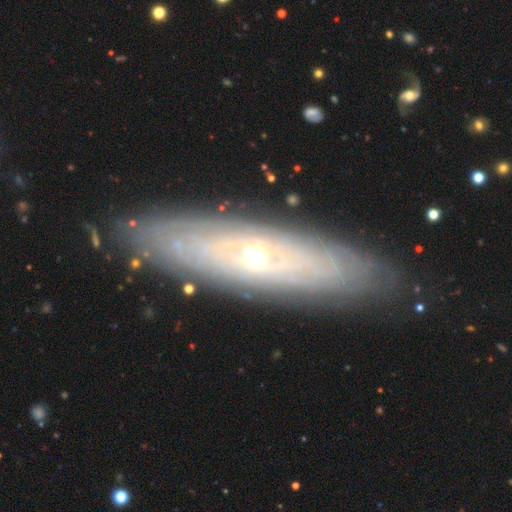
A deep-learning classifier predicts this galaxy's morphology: type=featured or disk (73%); edge-on=no (60%); merging=none (87%).